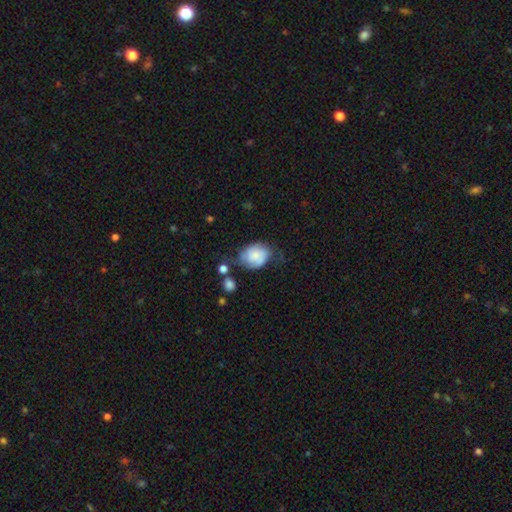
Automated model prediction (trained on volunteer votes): smooth 65%, featured or disk 27%, star or artifact 8%. Down the decision tree: how rounded — in between (64%); merging — none (41%).